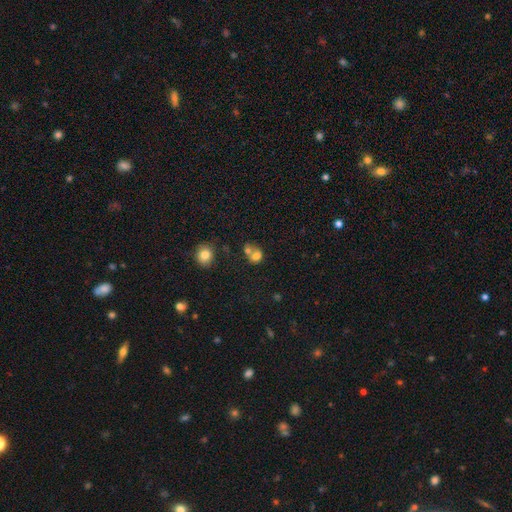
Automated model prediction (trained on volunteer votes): Smooth or featured? Predicted: smooth (p=0.72). How rounded? Predicted: round (p=0.60). Merging? Predicted: merger (p=0.57).